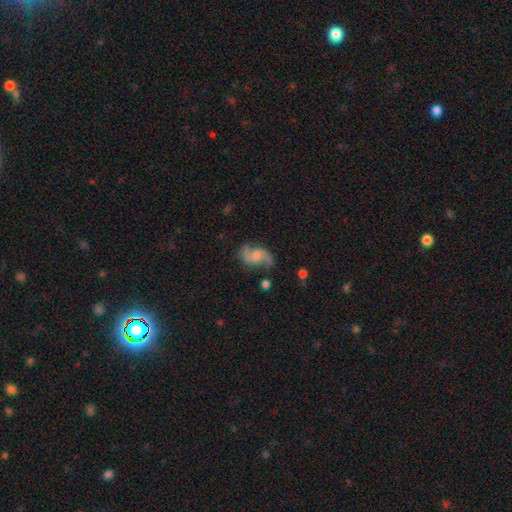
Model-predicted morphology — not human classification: Smooth or featured? featured or disk (79%)
Edge-on disk? no (98%)
Bar? no (57%)
Spiral arms? yes (95%)
Spiral winding? loose (62%)
Spiral arm count? 2 (92%)
Bulge size? small (38%)
Merging? none (70%)